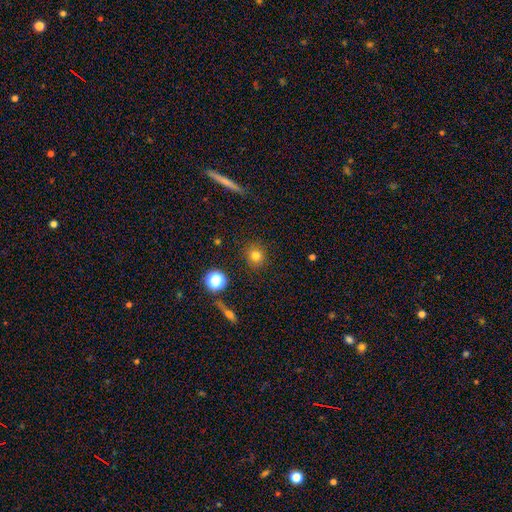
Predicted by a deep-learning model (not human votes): Smooth or featured? Predicted: smooth (p=0.78). How rounded? Predicted: round (p=0.90). Merging? Predicted: none (p=0.89).